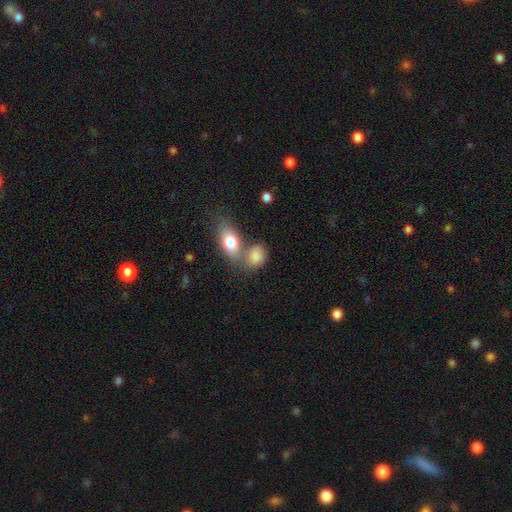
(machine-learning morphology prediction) smooth-or-featured: smooth: 82% | featured or disk: 10% | star or artifact: 8%
  how-rounded: in between: 68% | round: 29% | cigar-shaped: 3%
  merging: none: 40% (tied) | merger: 40% (tied) | minor disturbance: 14% | major disturbance: 6%